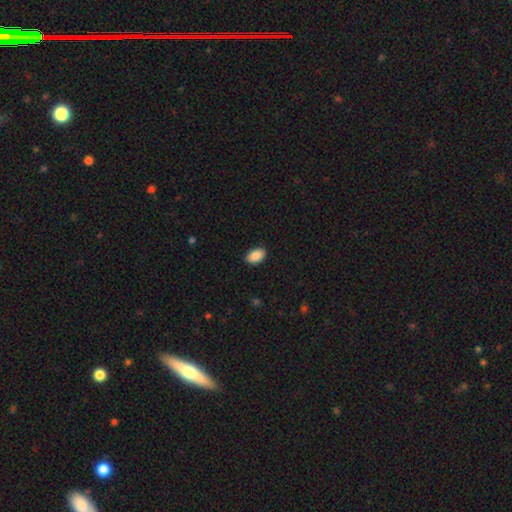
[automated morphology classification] Overall: smooth (90%). How rounded: in between (92%). Merging: none (88%).